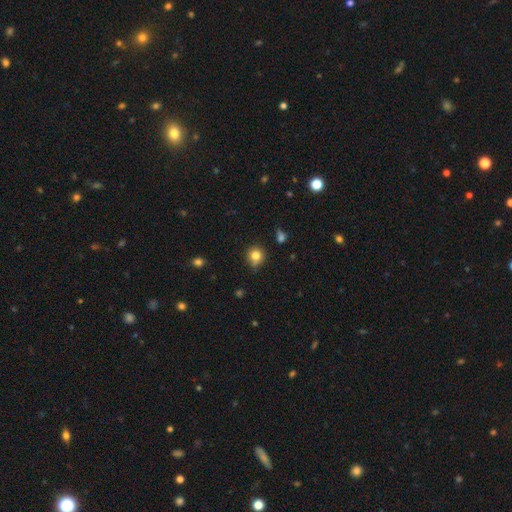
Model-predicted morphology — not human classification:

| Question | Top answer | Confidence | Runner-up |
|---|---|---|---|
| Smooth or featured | smooth | 81% | star or artifact (12%) |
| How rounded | round | 85% | in between (14%) |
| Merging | none | 73% | minor disturbance (21%) |